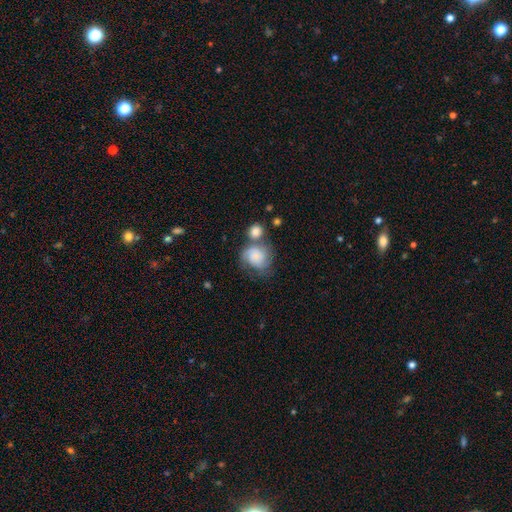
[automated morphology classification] Smooth or featured? smooth (58%)
How rounded? round (65%)
Merging? none (35%)